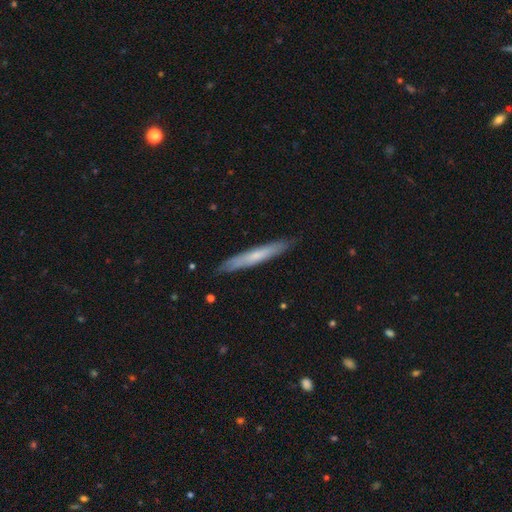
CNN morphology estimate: This is possibly a smooth galaxy (55%). How rounded: clearly cigar-shaped (95%). Merging: clearly none (87%).